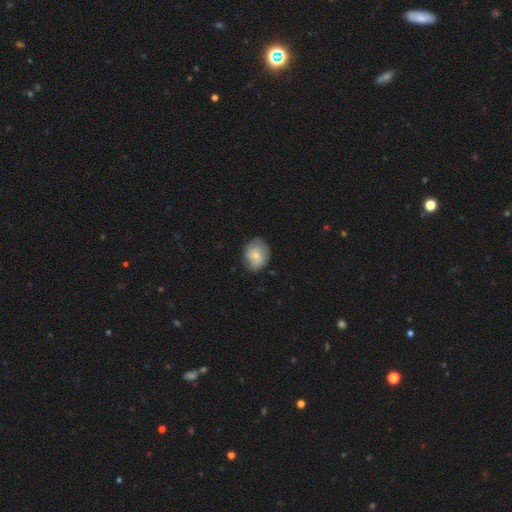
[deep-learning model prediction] A smooth galaxy with no disk features (67%) that is round (65%).

Vote fractions:
- Smooth or featured? smooth: 67% / featured or disk: 26% / star or artifact: 7%
- How rounded? round: 65% / in between: 34% / cigar-shaped: 1%
- Merging? none: 74% / minor disturbance: 20% / major disturbance: 5% / merger: 1%